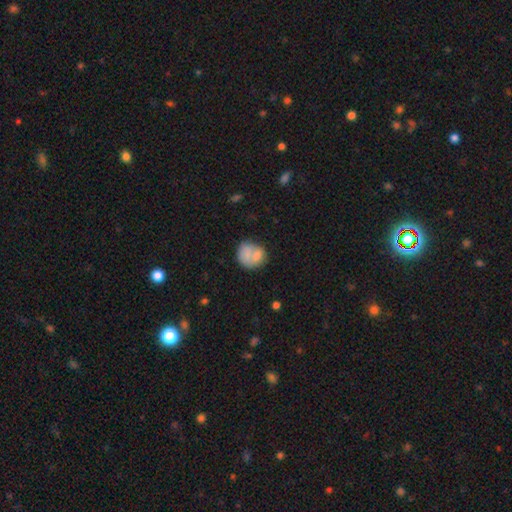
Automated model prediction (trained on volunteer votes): Smooth or featured? Predicted: smooth (p=0.68). How rounded? Predicted: round (p=0.77). Merging? Predicted: none (p=0.50).